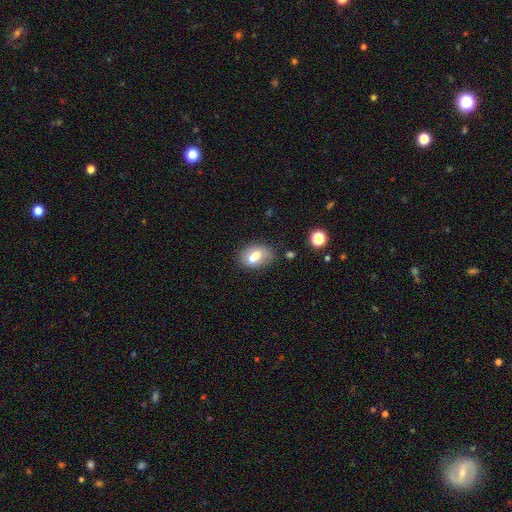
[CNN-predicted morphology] Smooth or featured?
  - smooth: 67% *
  - featured or disk: 24%
  - star or artifact: 9%
How rounded?
  - in between: 80% *
  - round: 18%
  - cigar-shaped: 2%
Merging?
  - none: 54% *
  - merger: 23%
  - minor disturbance: 17%
  - major disturbance: 6%